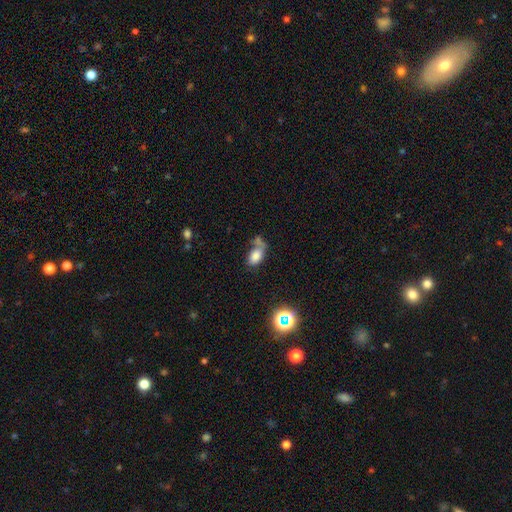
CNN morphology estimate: smooth_or_featured: smooth (p=0.77) [alt: star or artifact p=0.12]
how_rounded: in between (p=0.87) [alt: round p=0.11]
merging: none (p=0.36) [alt: merger p=0.30]